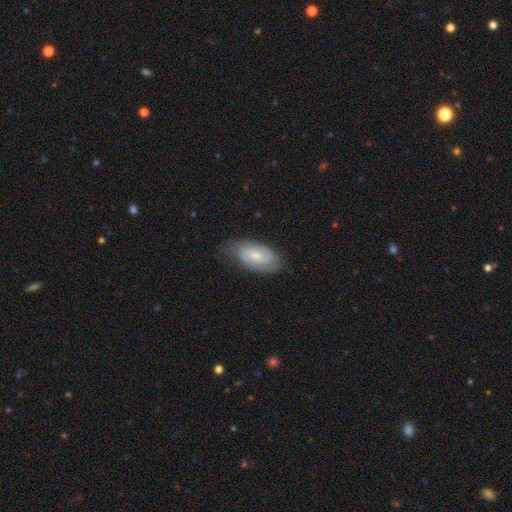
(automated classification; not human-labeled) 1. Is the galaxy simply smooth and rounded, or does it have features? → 64% featured or disk, 29% smooth, 6% star or artifact.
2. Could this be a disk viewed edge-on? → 95% no, 5% yes.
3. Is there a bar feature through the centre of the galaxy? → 50% no, 42% weak, 8% strong.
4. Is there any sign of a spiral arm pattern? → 90% yes, 10% no.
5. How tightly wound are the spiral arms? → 46% tight, 40% medium, 14% loose.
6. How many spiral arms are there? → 74% 2, 17% can't tell, 4% 3, 3% 1, 1% 4, 1% more than 4.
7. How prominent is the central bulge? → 52% small, 42% moderate, 3% none, 2% large, 1% dominant.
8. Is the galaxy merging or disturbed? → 75% none, 20% minor disturbance, 5% major disturbance, 1% merger.